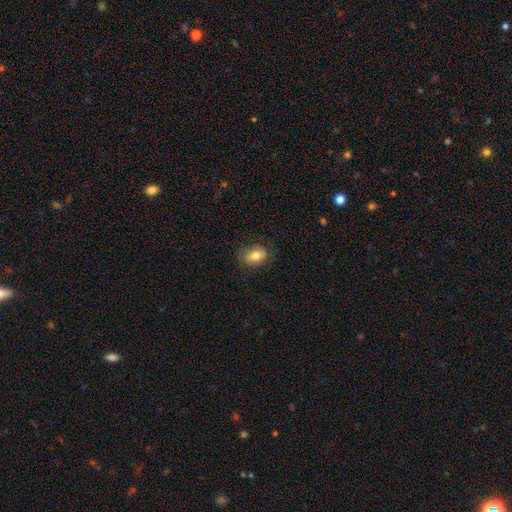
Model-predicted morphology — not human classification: type=smooth (76%); roundness=in between (70%); merging=none (77%).